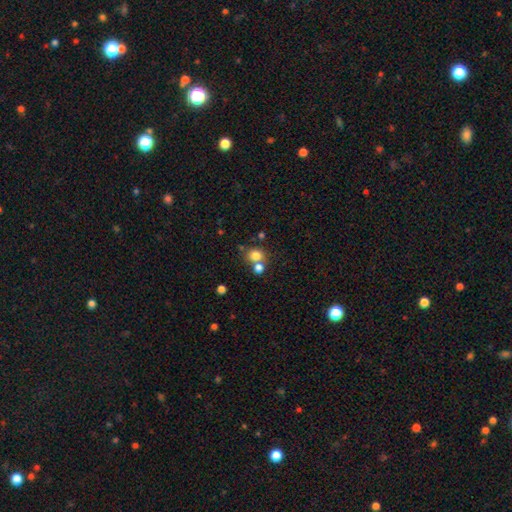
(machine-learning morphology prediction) Smooth or featured? smooth (79%)
How rounded? round (76%)
Merging? none (55%)